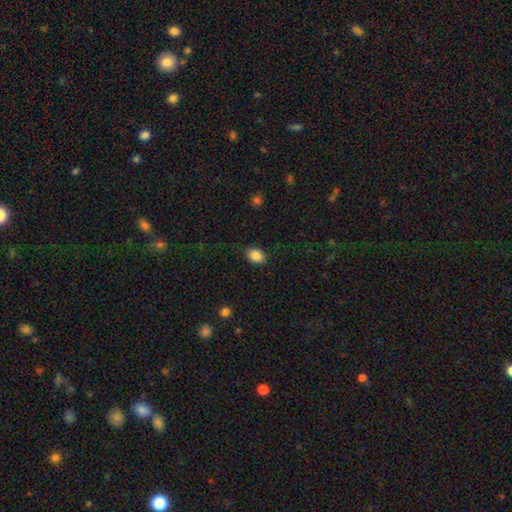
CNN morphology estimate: Smooth or featured? smooth (87%)
How rounded? in between (71%)
Merging? none (86%)